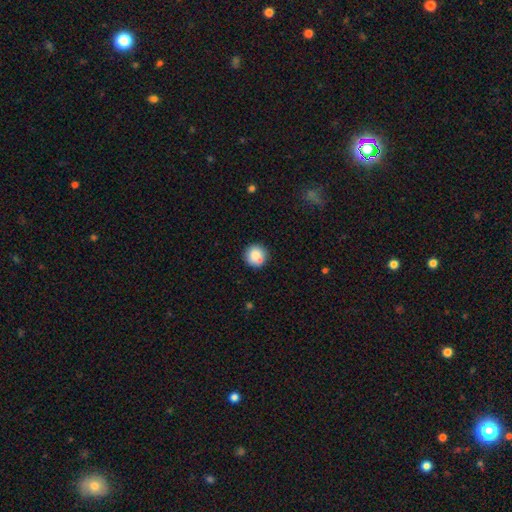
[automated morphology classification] This appears to be a smooth galaxy with no disk features (82%) that is round (94%). Merging: none (76%).